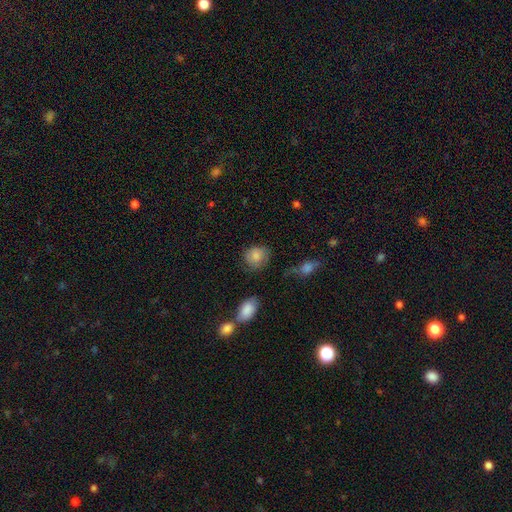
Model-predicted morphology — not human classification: smooth-or-featured: smooth: 80% | featured or disk: 12% | star or artifact: 8%
  how-rounded: round: 70% | in between: 28% | cigar-shaped: 1%
  merging: none: 66% | minor disturbance: 23% | major disturbance: 7% | merger: 3%